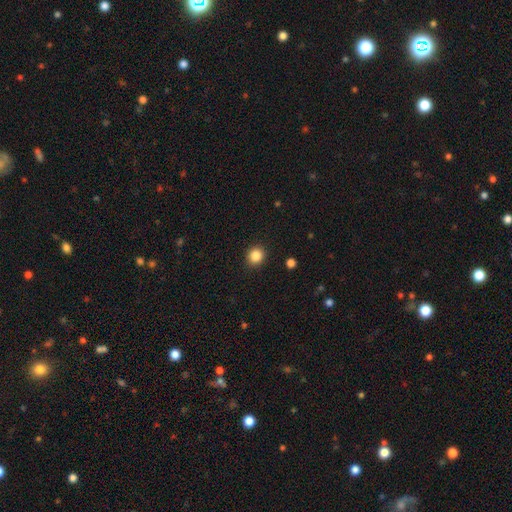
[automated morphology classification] This appears to be a smooth galaxy with no disk features (85%) that is round (83%). Merging: none (91%).